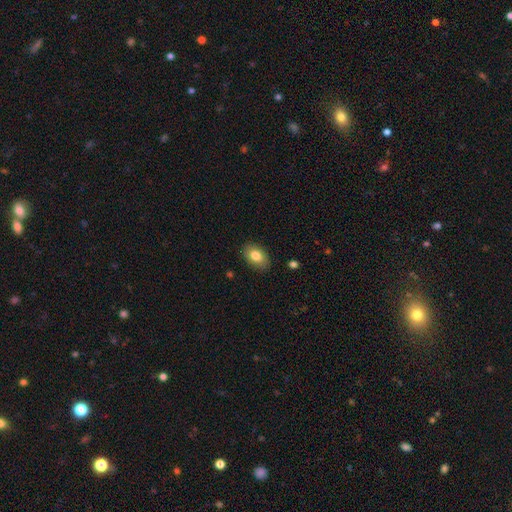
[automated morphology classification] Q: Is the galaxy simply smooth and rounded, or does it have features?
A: smooth — 82%.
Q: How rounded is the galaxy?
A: in between — 87%.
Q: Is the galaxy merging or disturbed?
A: none — 86%.